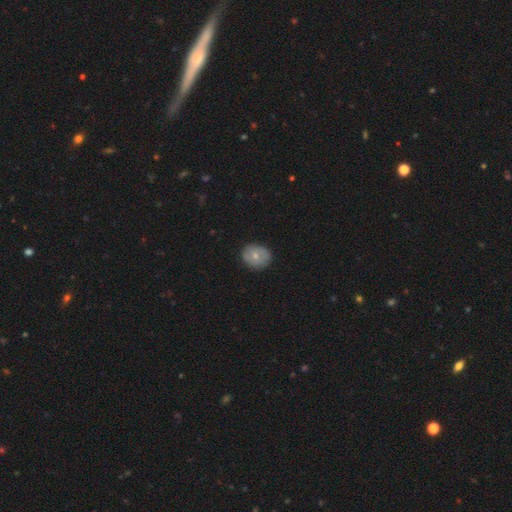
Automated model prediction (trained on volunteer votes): Morphology: type=smooth (63%); roundness=round (61%); merging=none (85%).